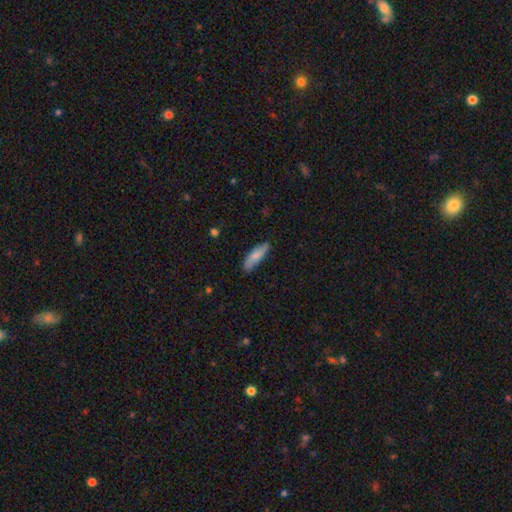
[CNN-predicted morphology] Smooth or featured: smooth — 76% (featured or disk — 18%)
How rounded: cigar-shaped — 52% (in between — 46%)
Merging: none — 80% (minor disturbance — 16%)